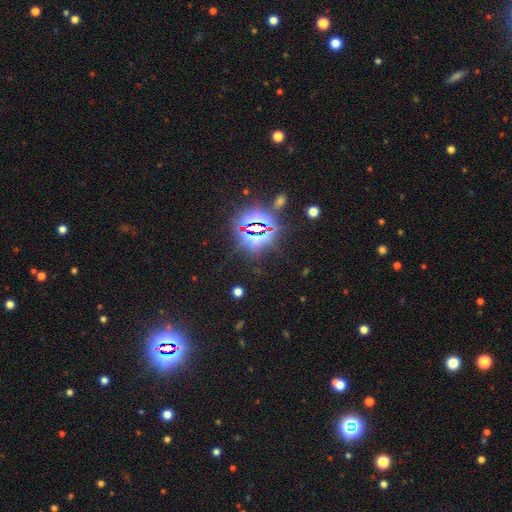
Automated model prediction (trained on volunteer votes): smooth-or-featured: star or artifact: 82% | smooth: 10% | featured or disk: 7%